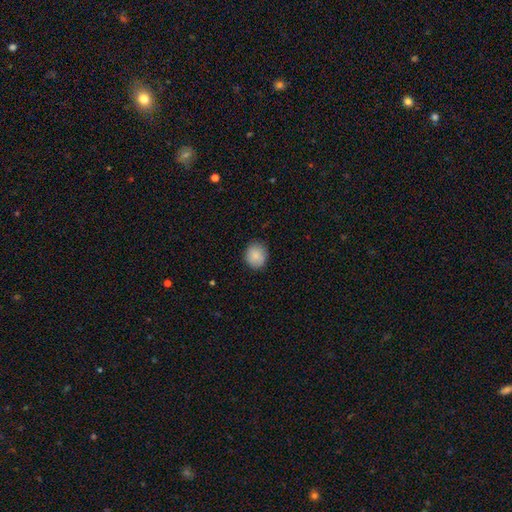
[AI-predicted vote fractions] Smooth or featured? Predicted: smooth (p=0.87). How rounded? Predicted: round (p=0.77). Merging? Predicted: none (p=0.85).